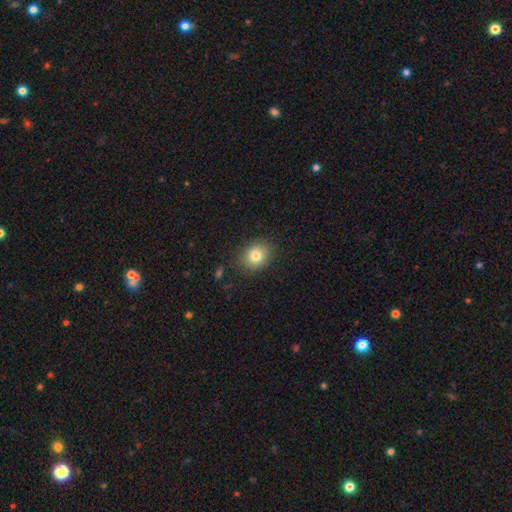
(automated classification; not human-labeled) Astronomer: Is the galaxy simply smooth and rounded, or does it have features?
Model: smooth — 80%.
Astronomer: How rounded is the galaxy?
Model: round — 63%.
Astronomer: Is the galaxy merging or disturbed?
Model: none — 86%.